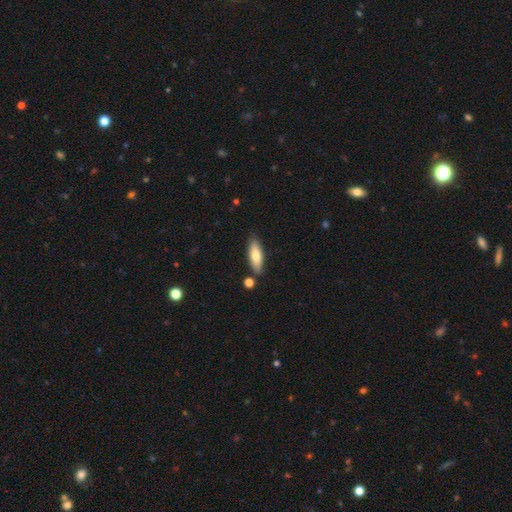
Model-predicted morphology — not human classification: Smooth or featured: smooth — 74% (featured or disk — 20%)
How rounded: in between — 53% (cigar-shaped — 44%)
Merging: none — 82% (minor disturbance — 11%)